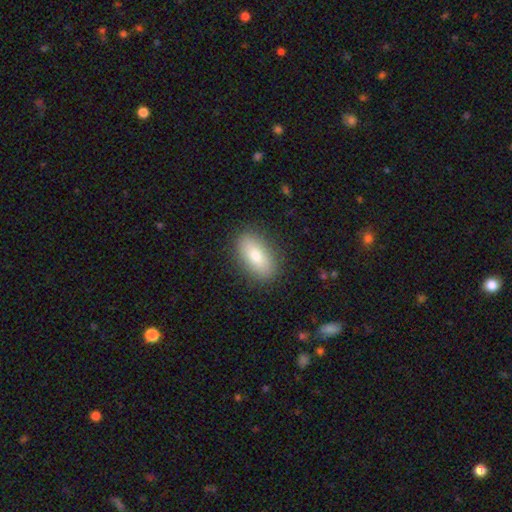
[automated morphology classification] Overall: smooth (77%). How rounded: in between (88%). Merging: none (87%).